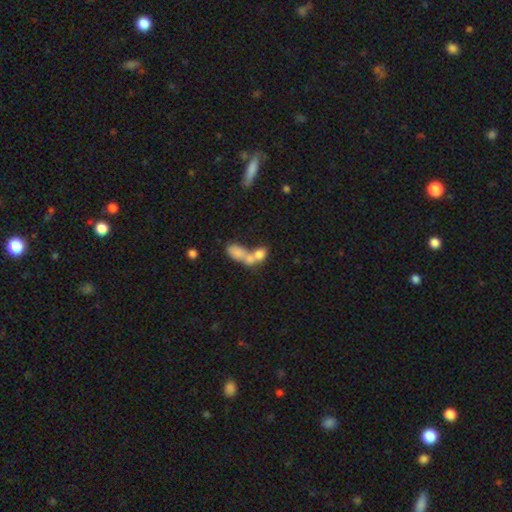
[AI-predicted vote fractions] smooth 68%, featured or disk 22%, star or artifact 10%. Down the decision tree: how rounded — in between (68%); merging — merger (71%).